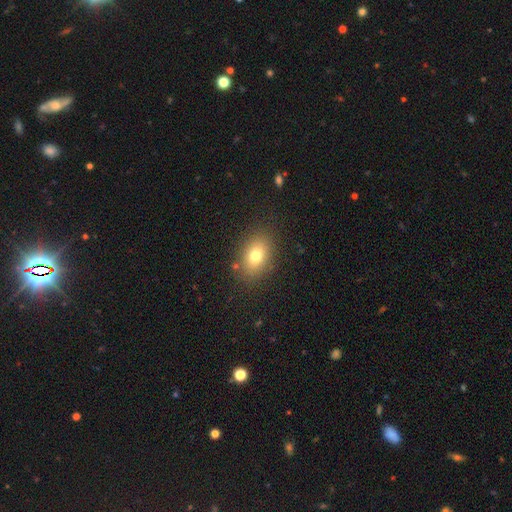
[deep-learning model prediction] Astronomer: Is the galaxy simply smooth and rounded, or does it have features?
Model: smooth — 75%.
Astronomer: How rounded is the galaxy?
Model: in between — 73%.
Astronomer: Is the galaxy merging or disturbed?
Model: none — 84%.